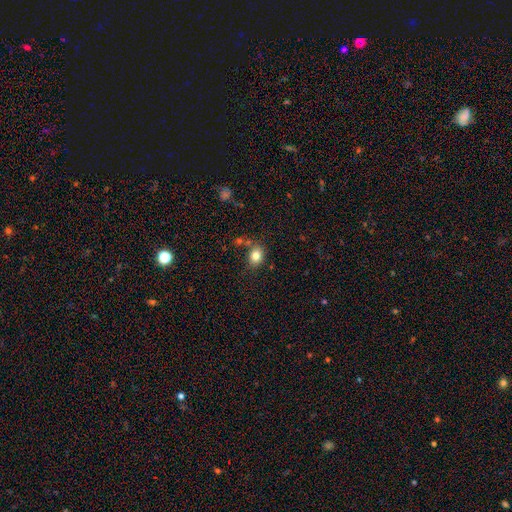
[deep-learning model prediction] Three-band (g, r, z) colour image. It shows a smooth galaxy with no disk features (81%) that is in between round and cigar-shaped (51%). Merging: none (71%).